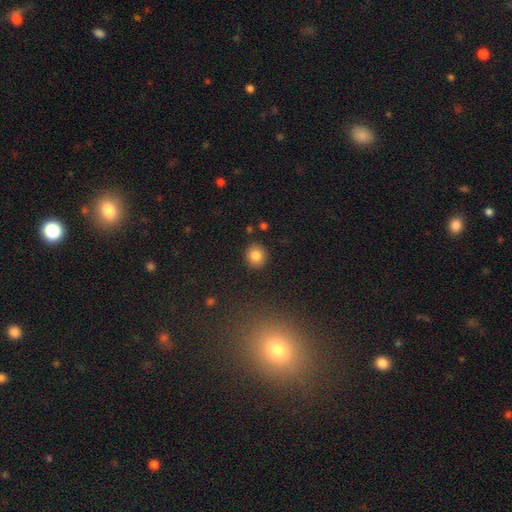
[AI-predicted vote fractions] Q: Smooth or featured?
A: smooth (83%); runner-up: star or artifact (10%)
Q: How rounded?
A: round (90%); runner-up: in between (9%)
Q: Merging?
A: none (91%); runner-up: minor disturbance (6%)